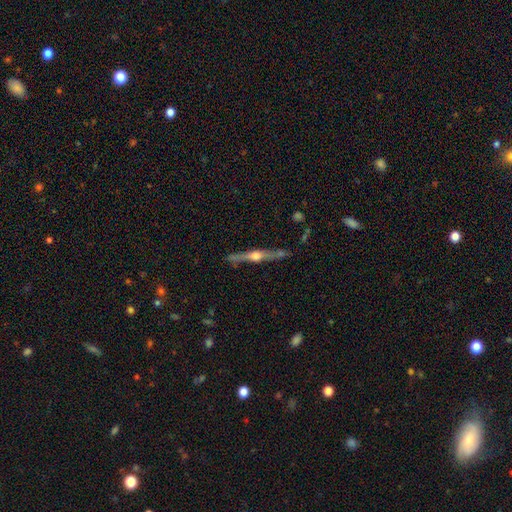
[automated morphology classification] Overall: featured or disk (79%). Edge-on disk: yes (97%). Edge-on bulge: rounded (94%). Merging: none (81%).